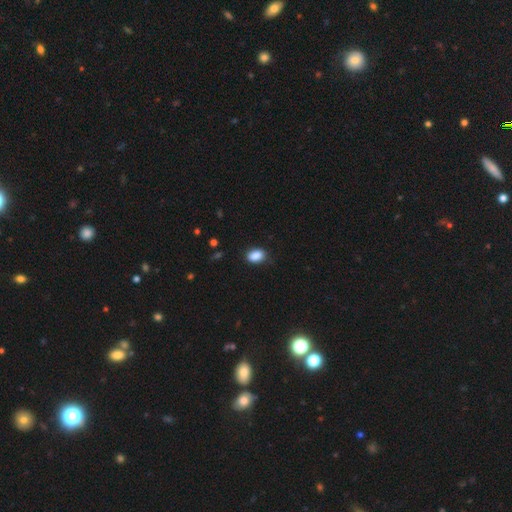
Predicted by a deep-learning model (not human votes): A smooth galaxy with no disk features (88%) that is in between round and cigar-shaped (83%).

Vote fractions:
- Smooth or featured? smooth: 88% / star or artifact: 8% / featured or disk: 3%
- How rounded? in between: 83% / round: 15% / cigar-shaped: 2%
- Merging? none: 82% / minor disturbance: 14% / major disturbance: 3% / merger: 1%